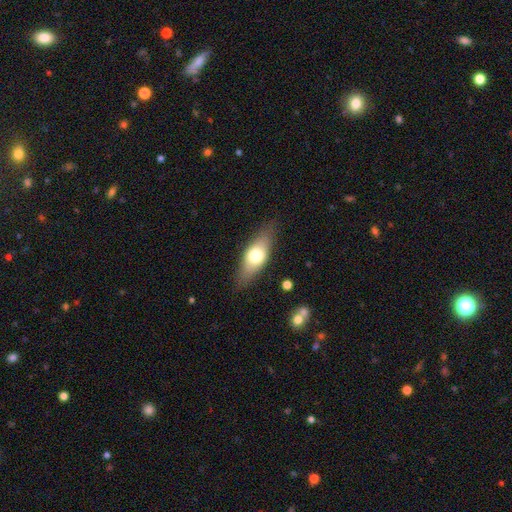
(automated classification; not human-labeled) Smooth or featured? Predicted: smooth (p=0.60). How rounded? Predicted: in between (p=0.71). Merging? Predicted: none (p=0.80).